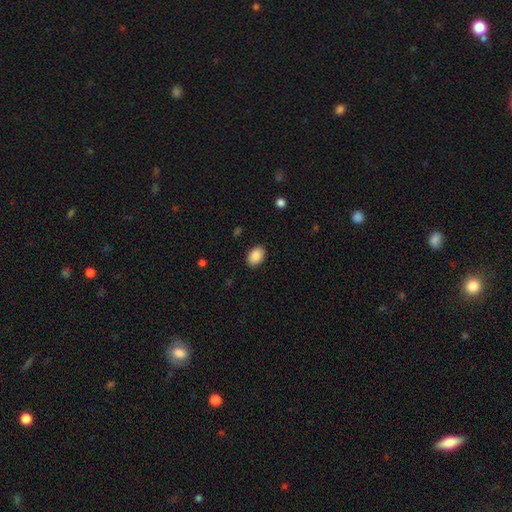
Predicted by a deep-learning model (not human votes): Overall: smooth (89%). How rounded: in between (80%). Merging: none (88%).